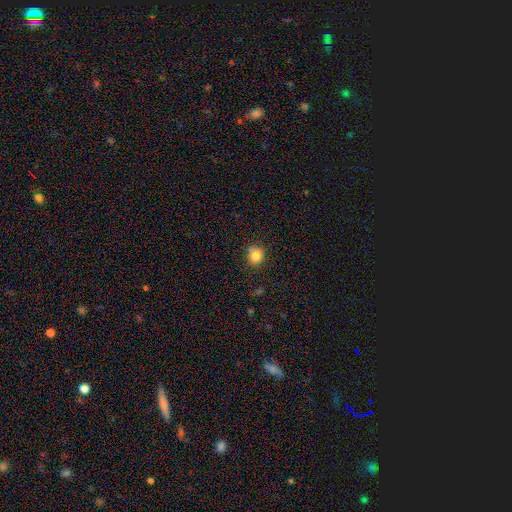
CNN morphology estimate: This is clearly a smooth galaxy (83%). How rounded: clearly round (83%). Merging: likely none (73%).